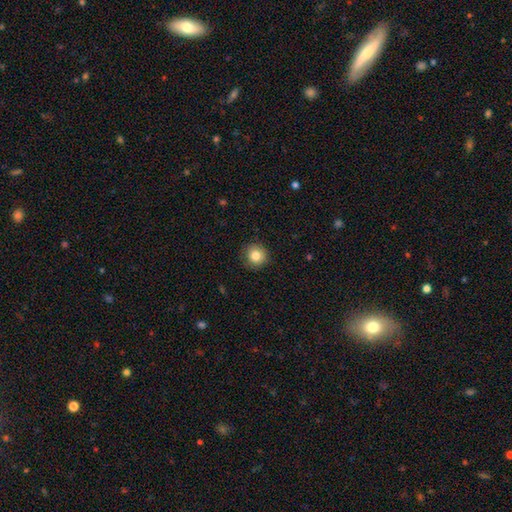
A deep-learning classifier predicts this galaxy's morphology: Smooth or featured: smooth — 82% (star or artifact — 10%)
How rounded: round — 93% (in between — 6%)
Merging: none — 88% (minor disturbance — 9%)